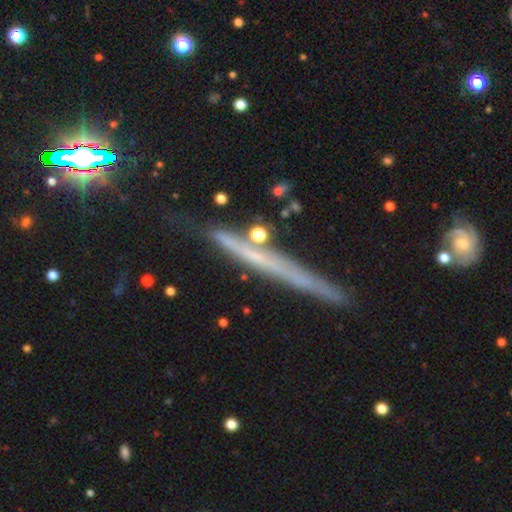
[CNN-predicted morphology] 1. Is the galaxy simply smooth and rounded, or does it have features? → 54% featured or disk, 34% smooth, 13% star or artifact.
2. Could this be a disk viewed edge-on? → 95% yes, 5% no.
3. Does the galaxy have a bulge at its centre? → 86% none, 10% rounded, 4% boxy.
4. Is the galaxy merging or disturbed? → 78% none, 15% minor disturbance, 4% merger, 3% major disturbance.